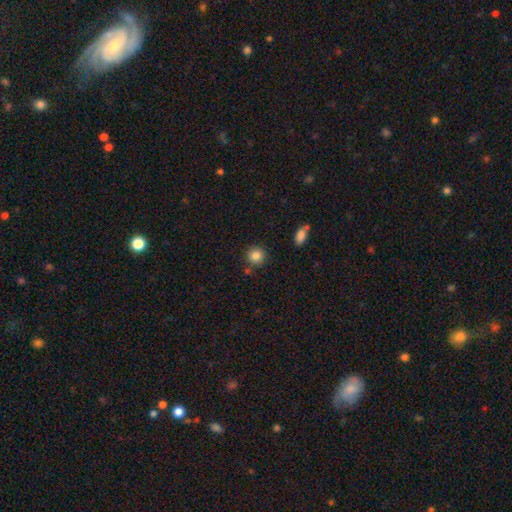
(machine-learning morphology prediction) This appears to be a smooth galaxy with no disk features (85%) that is round (91%). Merging: none (82%).